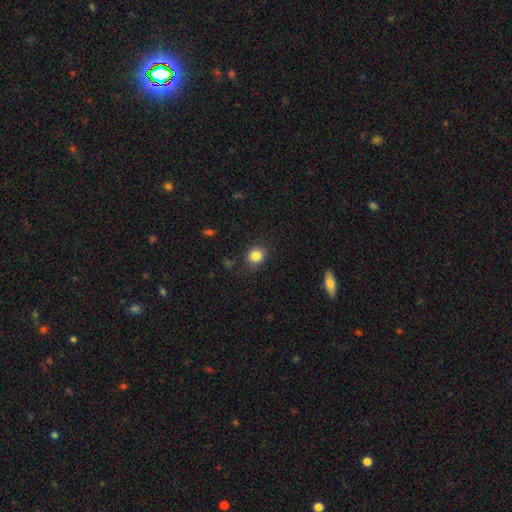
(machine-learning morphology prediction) type=smooth (84%); roundness=round (78%); merging=none (80%).